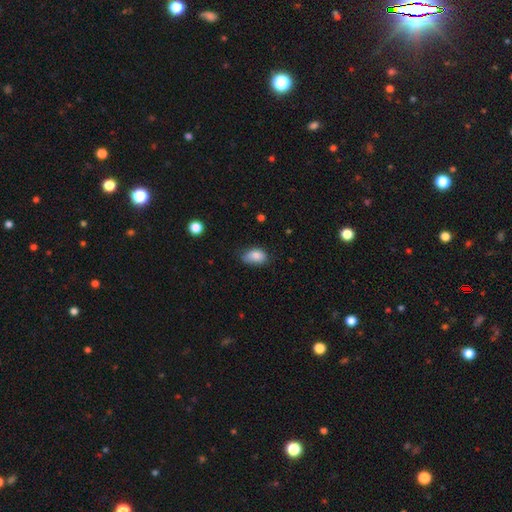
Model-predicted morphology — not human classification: This is clearly a smooth galaxy (85%). How rounded: clearly in between (88%). Merging: possibly none (57%).